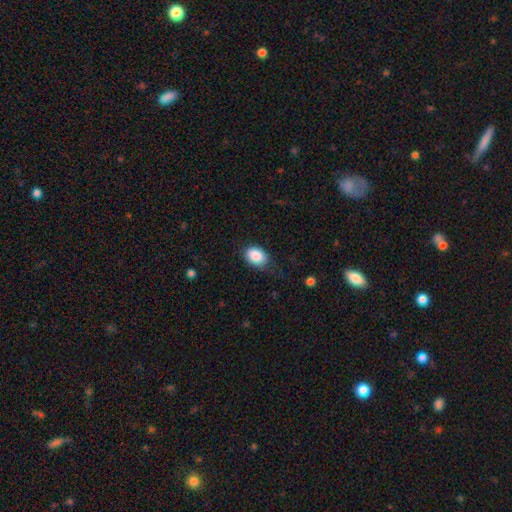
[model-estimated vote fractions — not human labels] Overall: smooth (87%). How rounded: in between (79%). Merging: none (69%).